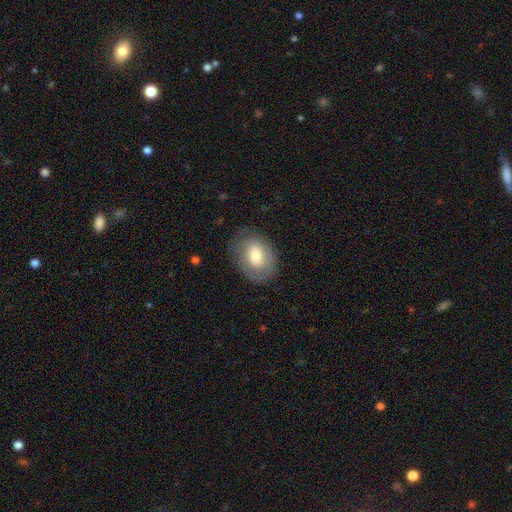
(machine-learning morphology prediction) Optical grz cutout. It shows a smooth galaxy with no disk features (64%) that is in between round and cigar-shaped (76%). Merging: none (75%).